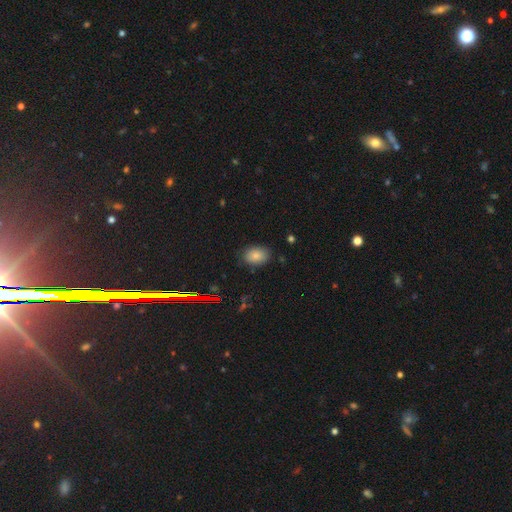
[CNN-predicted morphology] This appears to be a smooth galaxy with no disk features (81%) that is in between round and cigar-shaped (75%). Merging: none (83%).